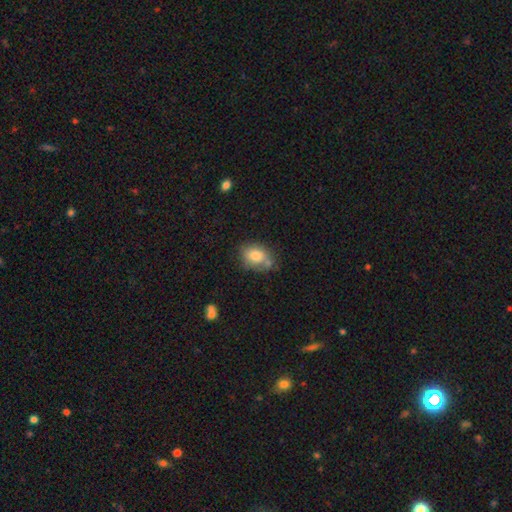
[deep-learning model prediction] Smooth or featured?
  - smooth: 80% *
  - featured or disk: 12%
  - star or artifact: 8%
How rounded?
  - in between: 67% *
  - round: 32%
  - cigar-shaped: 1%
Merging?
  - none: 59% *
  - minor disturbance: 23%
  - merger: 12%
  - major disturbance: 6%